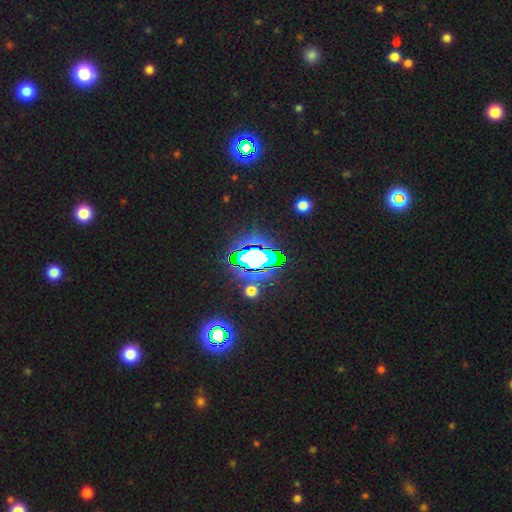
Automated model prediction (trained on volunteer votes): Smooth or featured: star or artifact — 65% (smooth — 22%)